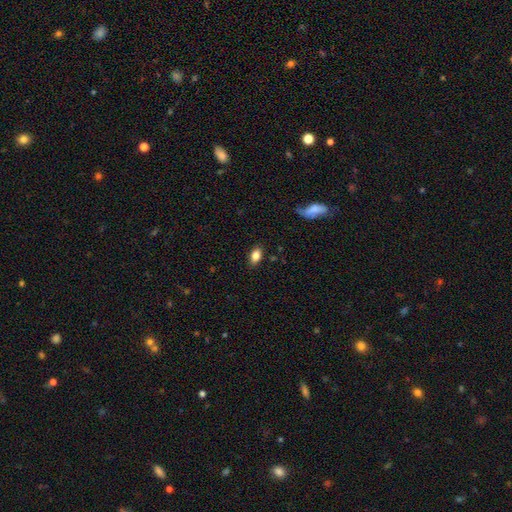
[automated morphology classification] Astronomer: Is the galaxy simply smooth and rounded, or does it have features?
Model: smooth — 83%.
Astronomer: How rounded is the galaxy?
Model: in between — 88%.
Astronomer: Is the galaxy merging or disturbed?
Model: none — 85%.